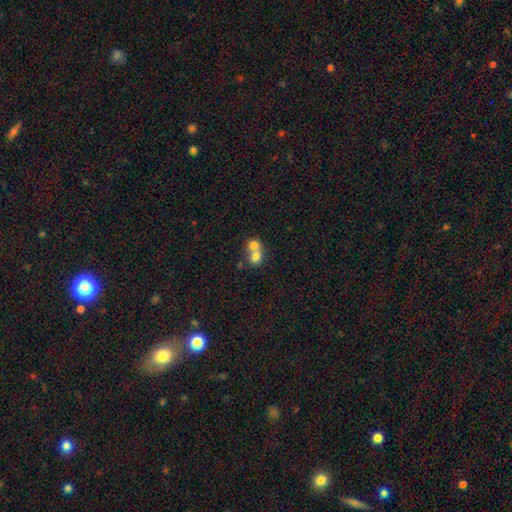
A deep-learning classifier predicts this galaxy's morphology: A smooth galaxy with no disk features (74%) that is round (64%).

Vote fractions:
- Smooth or featured? smooth: 74% / featured or disk: 17% / star or artifact: 9%
- How rounded? round: 64% / in between: 35% / cigar-shaped: 1%
- Merging? merger: 72% / none: 21% / minor disturbance: 4% / major disturbance: 2%